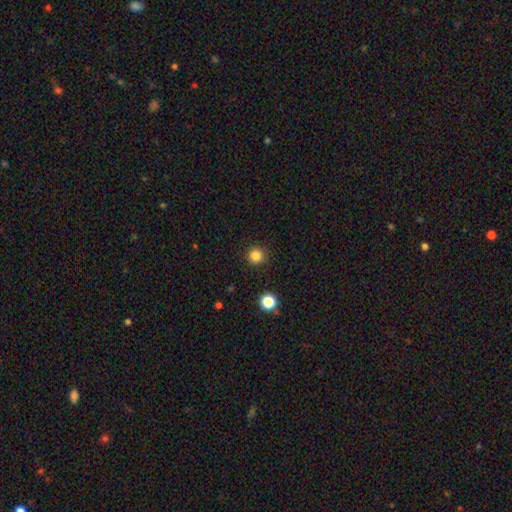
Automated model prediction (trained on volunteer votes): Smooth or featured?
  - smooth: 84% *
  - star or artifact: 13%
  - featured or disk: 4%
How rounded?
  - round: 95% *
  - in between: 4%
  - cigar-shaped: 1%
Merging?
  - none: 91% *
  - minor disturbance: 6%
  - major disturbance: 2%
  - merger: 1%